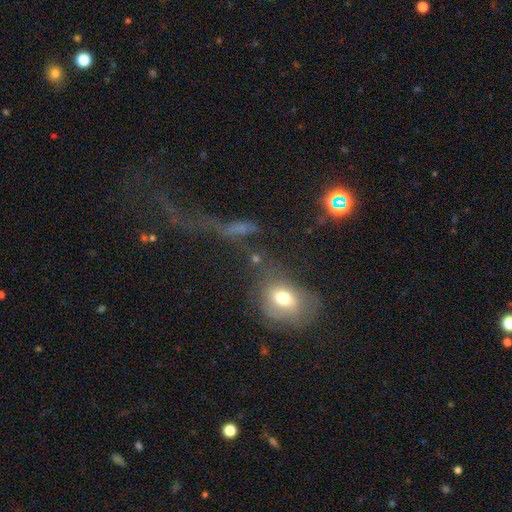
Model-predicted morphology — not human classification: type=smooth (52%); roundness=round (47%); merging=major disturbance (39%).